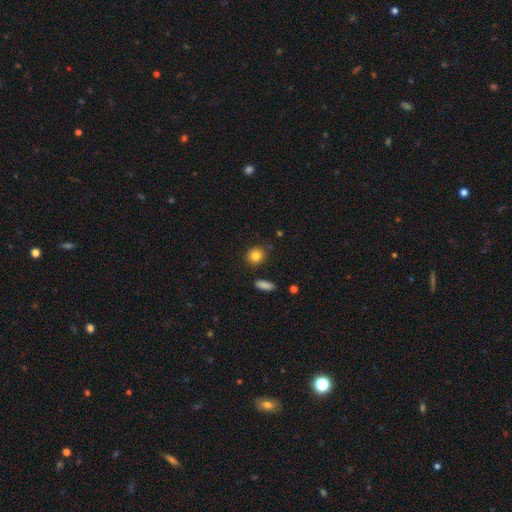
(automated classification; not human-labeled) Overall: smooth (85%). How rounded: round (79%). Merging: none (84%).